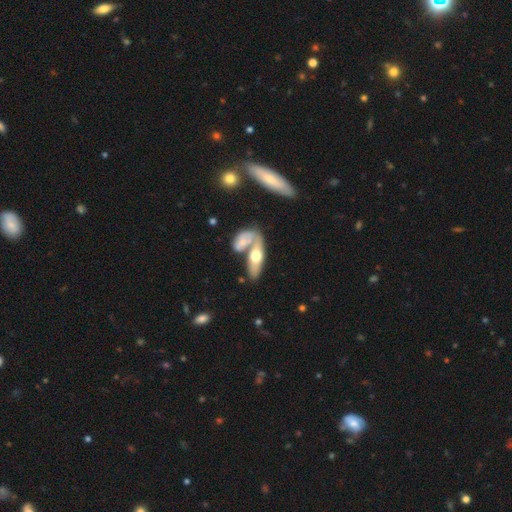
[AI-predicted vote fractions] Q: Smooth or featured?
A: featured or disk (48%); runner-up: smooth (47%)
Q: Merging?
A: merger (46%); runner-up: none (35%)